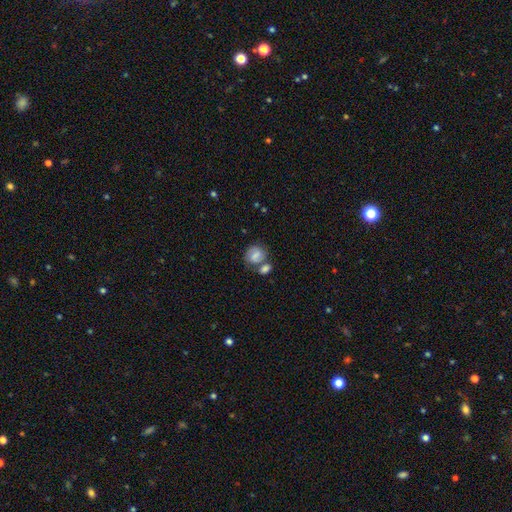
Smooth or featured: smooth — 72% (featured or disk — 25%)
How rounded: in between — 62% (round — 34%)
Merging: none — 49% (merger — 36%)